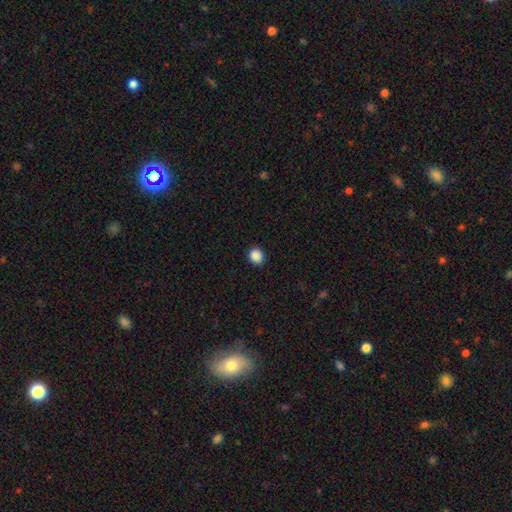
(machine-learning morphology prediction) Smooth or featured: smooth — 88% (star or artifact — 9%)
How rounded: round — 86% (in between — 13%)
Merging: none — 91% (minor disturbance — 6%)